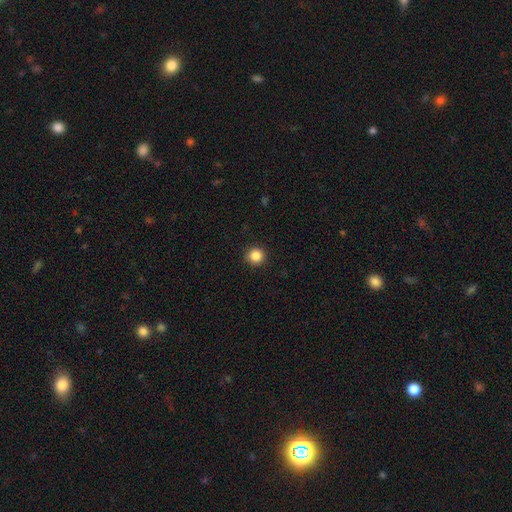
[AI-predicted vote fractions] Smooth or featured?
  - smooth: 86% *
  - star or artifact: 11%
  - featured or disk: 3%
How rounded?
  - round: 95% *
  - in between: 4%
  - cigar-shaped: 1%
Merging?
  - none: 92% *
  - minor disturbance: 5%
  - major disturbance: 2%
  - merger: 1%